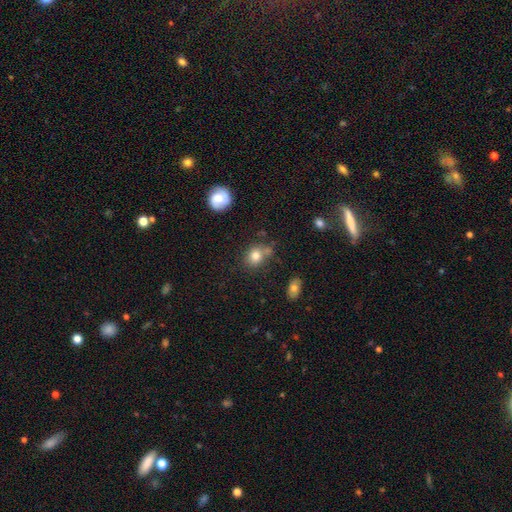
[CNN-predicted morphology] This appears to be a smooth galaxy with no disk features (79%) that is round (58%). Merging: none (63%).